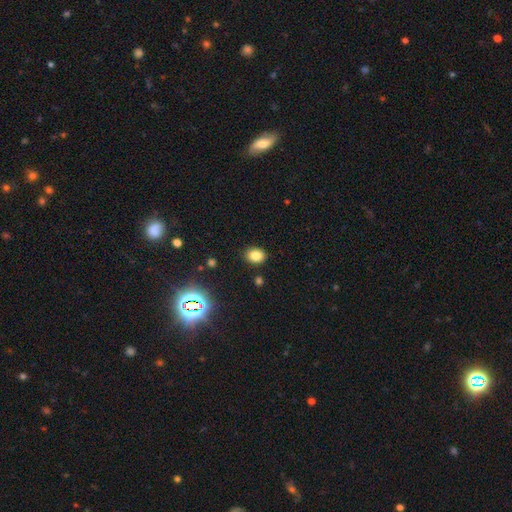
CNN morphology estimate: Overall: smooth (82%). How rounded: in between (59%; round 40%). Merging: none (87%).